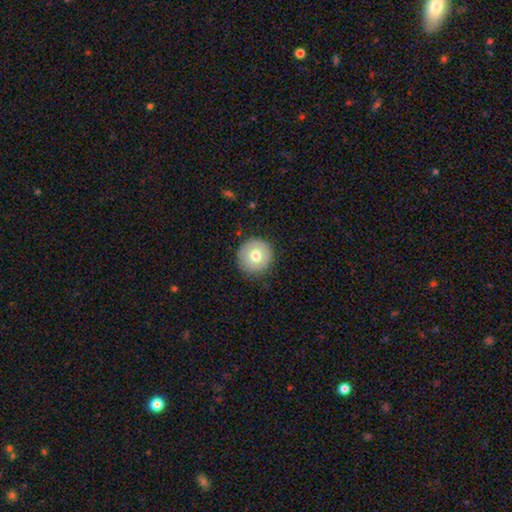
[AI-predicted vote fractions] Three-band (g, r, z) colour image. It shows a smooth galaxy with no disk features (72%) that is round (95%). Merging: none (89%).